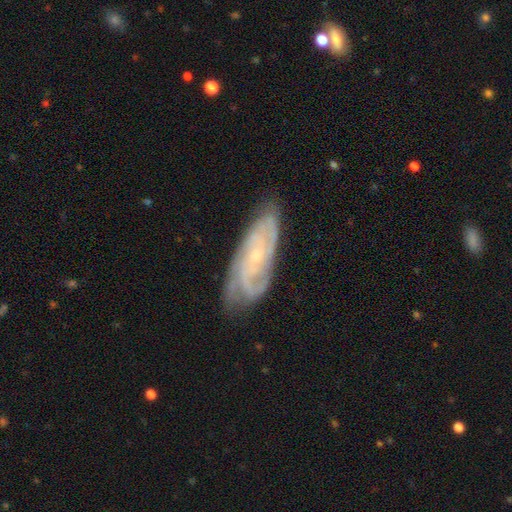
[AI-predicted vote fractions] A featured or disk galaxy (84%) with no bar (68%), 3 (32%) tight (65%) spiral arms (97%) and a small central bulge (77%).

Vote fractions:
- Smooth or featured? featured or disk: 84% / smooth: 10% / star or artifact: 6%
- Edge-on disk? no: 91% / yes: 9%
- Bar? no: 68% / weak: 25% / strong: 7%
- Spiral arms? yes: 97% / no: 3%
- Spiral winding? tight: 65% / medium: 30% / loose: 6%
- Spiral arm count? 3: 32% / can't tell: 23% / 2: 19% / 4: 16% / more than 4: 5% / 1: 5%
- Bulge size? small: 77% / moderate: 19% / none: 2% / large: 1% / dominant: 1%
- Merging? none: 77% / minor disturbance: 18% / major disturbance: 4% / merger: 1%